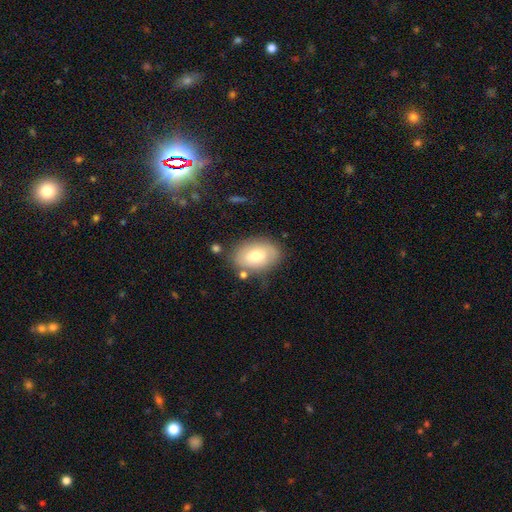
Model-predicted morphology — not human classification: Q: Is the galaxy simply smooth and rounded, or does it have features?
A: smooth — 64%.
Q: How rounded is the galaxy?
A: in between — 87%.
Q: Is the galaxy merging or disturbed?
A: none — 75%.